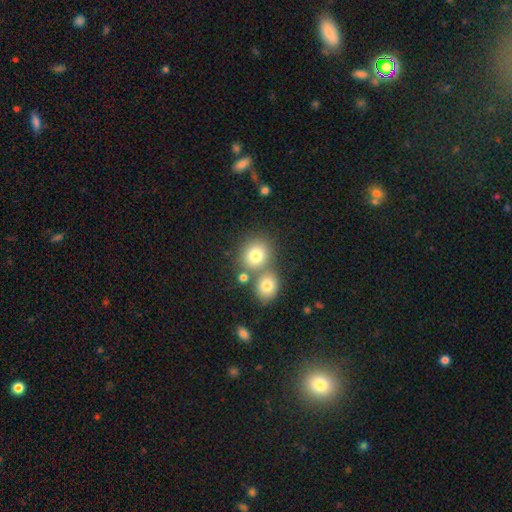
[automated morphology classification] This is likely a smooth galaxy (77%). How rounded: likely round (78%). Merging: possibly none (55%).